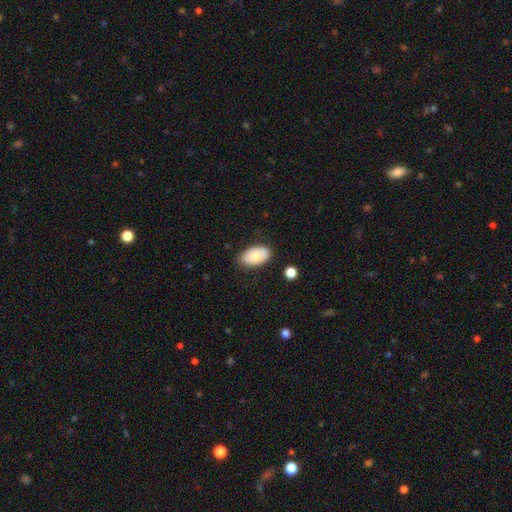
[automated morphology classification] A smooth galaxy with no disk features (77%) that is in between round and cigar-shaped (94%).

Vote fractions:
- Smooth or featured? smooth: 77% / featured or disk: 16% / star or artifact: 7%
- How rounded? in between: 94% / round: 5% / cigar-shaped: 1%
- Merging? none: 77% / minor disturbance: 17% / major disturbance: 3% / merger: 2%